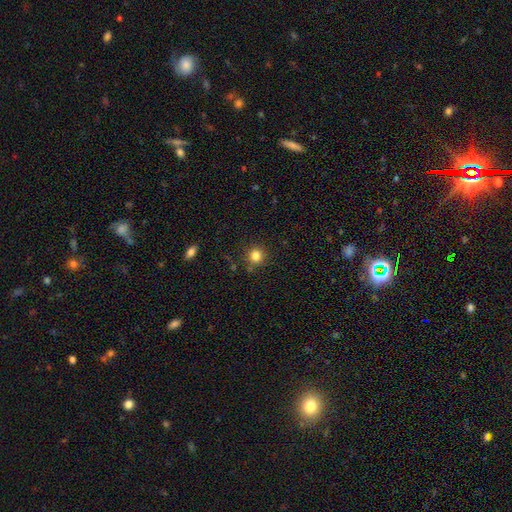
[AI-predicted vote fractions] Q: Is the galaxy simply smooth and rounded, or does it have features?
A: smooth — 82%.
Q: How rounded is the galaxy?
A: round — 92%.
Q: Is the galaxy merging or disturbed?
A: none — 87%.